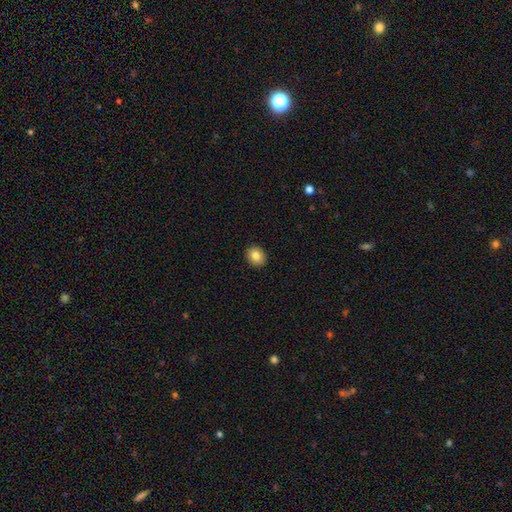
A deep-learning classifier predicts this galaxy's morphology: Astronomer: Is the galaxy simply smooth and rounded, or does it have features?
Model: smooth — 84%.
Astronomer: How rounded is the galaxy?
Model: round — 59% (runner-up: in between, 40%).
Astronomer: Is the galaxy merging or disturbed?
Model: none — 91%.